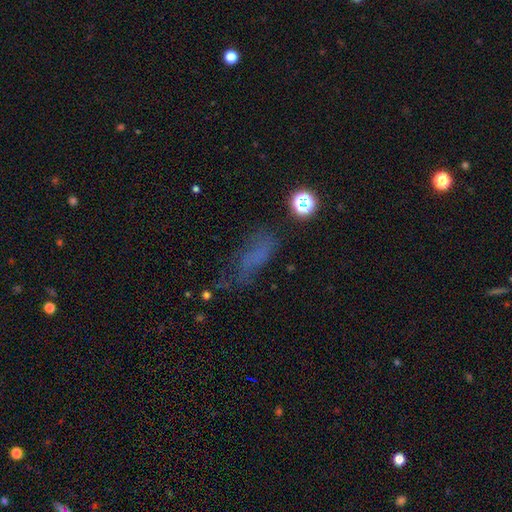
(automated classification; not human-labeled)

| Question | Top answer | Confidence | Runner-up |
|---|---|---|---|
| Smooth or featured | smooth | 50% | star or artifact (26%) |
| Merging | none | 44% | major disturbance (26%) |